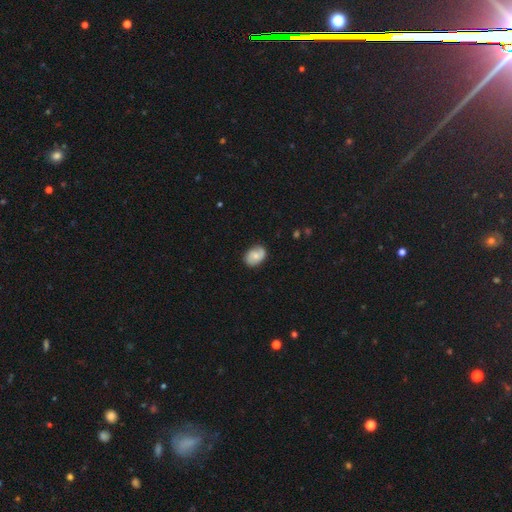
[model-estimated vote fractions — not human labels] The model was most divided on "smooth or featured": smooth: 52%, featured or disk: 40%, star or artifact: 8%. More confident: merging — none (76%); how rounded — in between (72%).